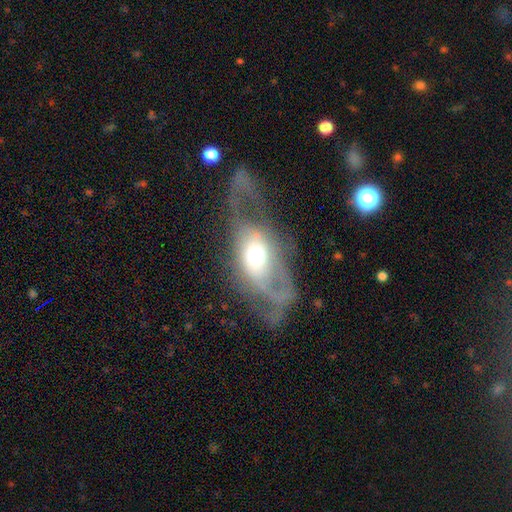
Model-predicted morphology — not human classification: This is possibly a featured or disk galaxy (55%). It is clearly not viewed edge-on (86%). Merging: possibly major disturbance (52%).